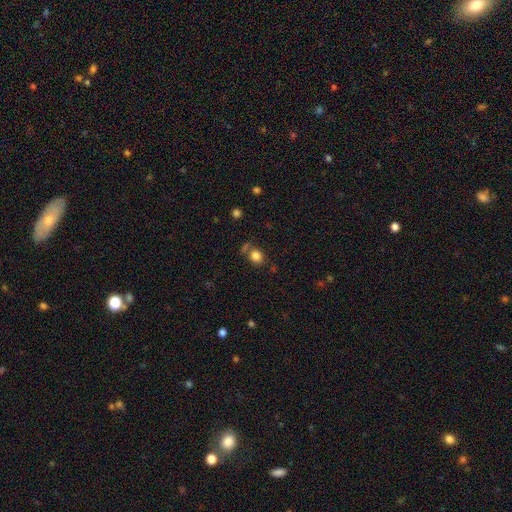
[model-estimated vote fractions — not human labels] smooth-or-featured: smooth: 83% | star or artifact: 11% | featured or disk: 6%
  how-rounded: round: 63% | in between: 36% | cigar-shaped: 1%
  merging: none: 68% | merger: 14% | minor disturbance: 13% | major disturbance: 5%